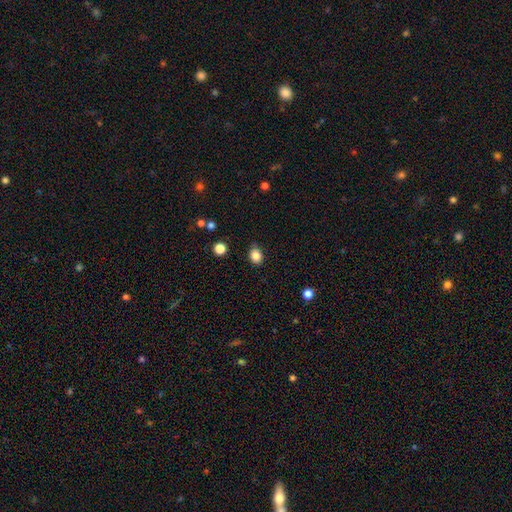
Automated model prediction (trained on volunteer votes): Smooth or featured: smooth — 85% (star or artifact — 11%)
How rounded: round — 52% (in between — 47%)
Merging: none — 81% (minor disturbance — 15%)